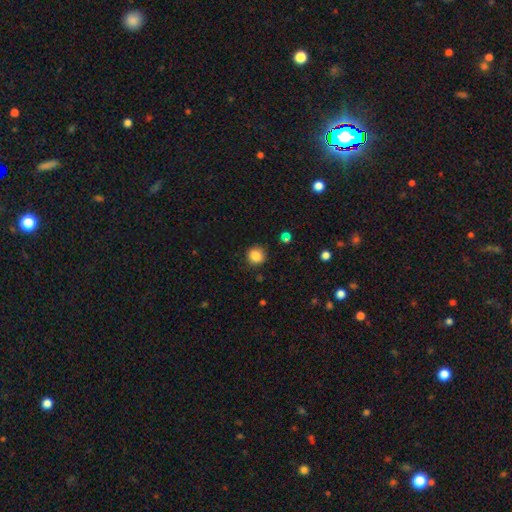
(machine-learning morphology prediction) Q: Smooth or featured?
A: smooth (85%); runner-up: star or artifact (11%)
Q: How rounded?
A: round (86%); runner-up: in between (13%)
Q: Merging?
A: none (86%); runner-up: minor disturbance (10%)